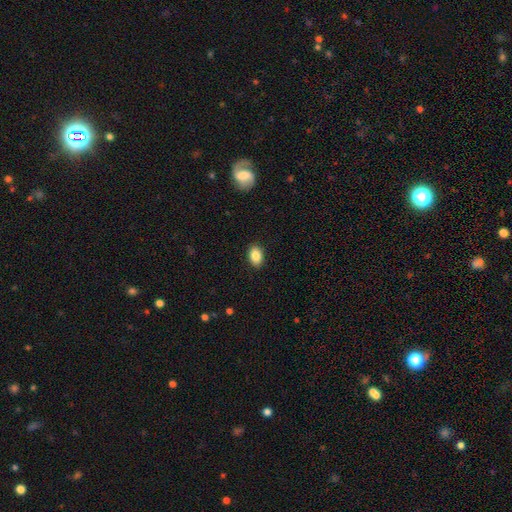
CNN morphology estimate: A smooth galaxy with no disk features (87%) that is in between round and cigar-shaped (85%). Merging: none (89%).